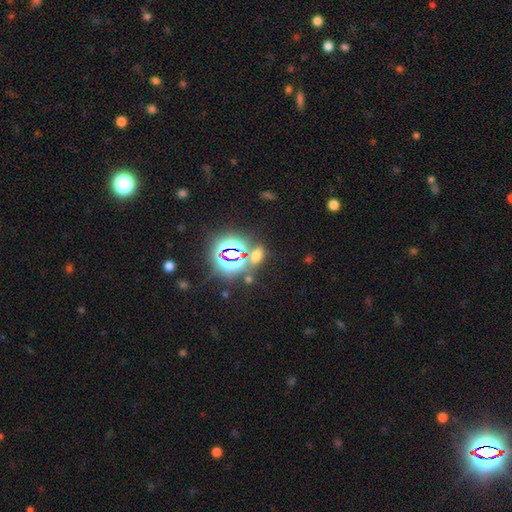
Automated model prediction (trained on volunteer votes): Morphology: type=star or artifact (54%).